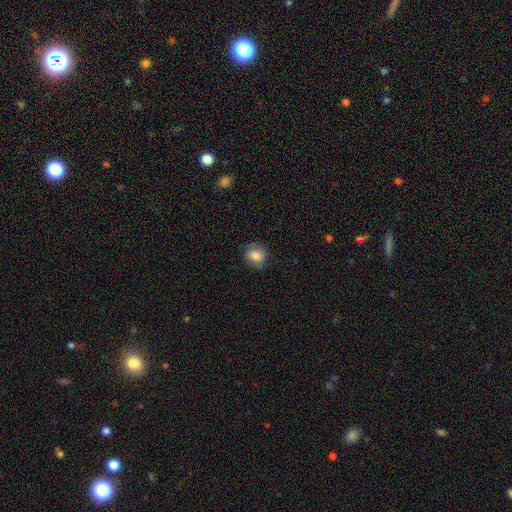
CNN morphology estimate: Smooth or featured? Predicted: smooth (p=0.73). How rounded? Predicted: round (p=0.69). Merging? Predicted: none (p=0.78).